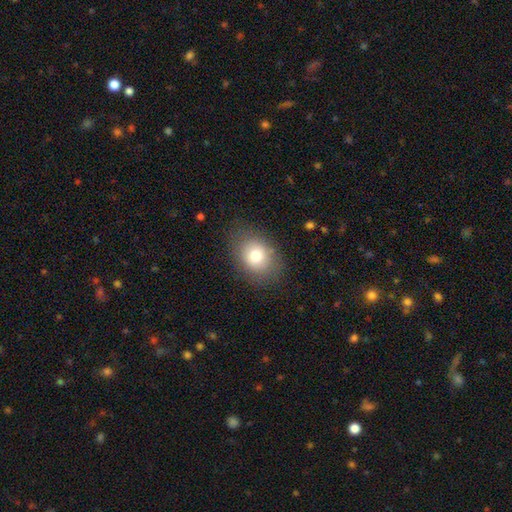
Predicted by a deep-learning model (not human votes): A smooth galaxy with no disk features (77%) that is in between round and cigar-shaped (62%).

Vote fractions:
- Smooth or featured? smooth: 77% / featured or disk: 13% / star or artifact: 10%
- How rounded? in between: 62% / round: 37% / cigar-shaped: 1%
- Merging? none: 80% / minor disturbance: 13% / major disturbance: 5% / merger: 1%